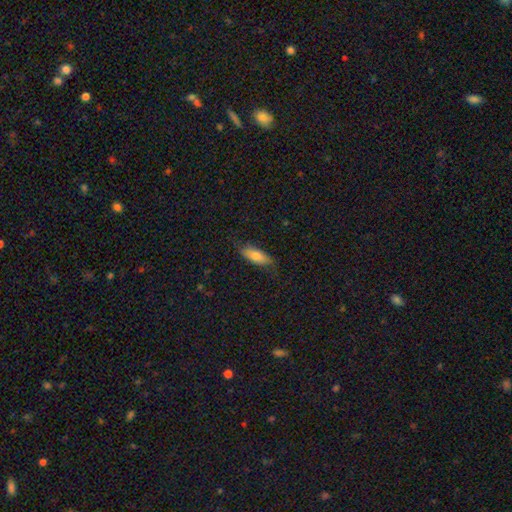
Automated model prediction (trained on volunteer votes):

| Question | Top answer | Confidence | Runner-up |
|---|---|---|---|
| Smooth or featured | smooth | 75% | featured or disk (19%) |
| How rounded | in between | 72% | cigar-shaped (26%) |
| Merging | none | 75% | minor disturbance (20%) |